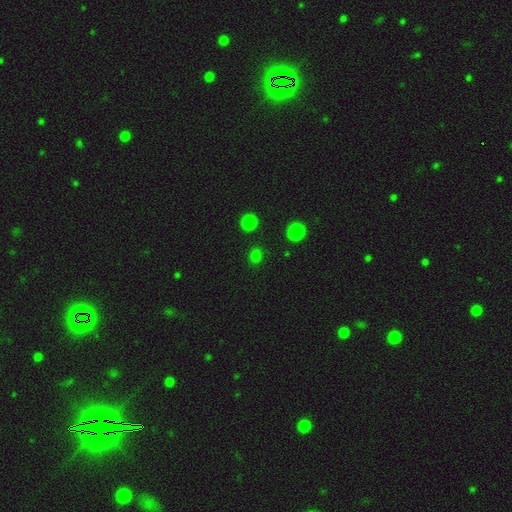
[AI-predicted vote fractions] This is likely a smooth galaxy (79%). How rounded: likely round (77%). Merging: clearly none (88%).